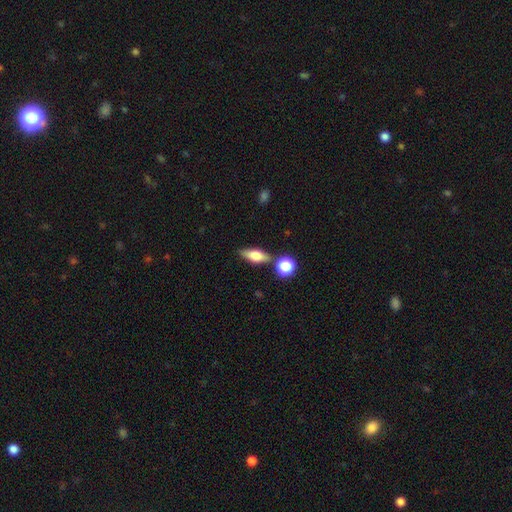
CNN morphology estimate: type=smooth (54%); roundness=in between (61%); merging=none (77%).